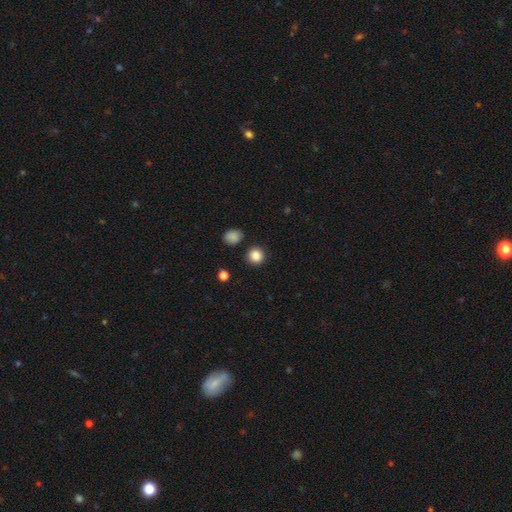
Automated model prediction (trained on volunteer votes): Smooth or featured: smooth — 86% (star or artifact — 10%)
How rounded: round — 90% (in between — 9%)
Merging: none — 87% (minor disturbance — 7%)